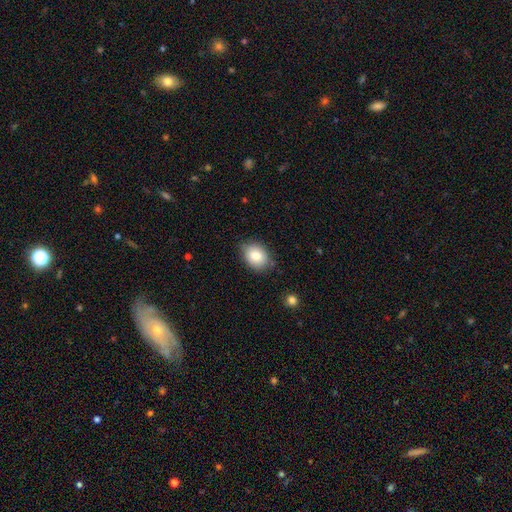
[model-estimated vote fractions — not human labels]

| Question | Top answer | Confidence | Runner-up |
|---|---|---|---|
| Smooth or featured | smooth | 82% | featured or disk (10%) |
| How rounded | in between | 61% | round (38%) |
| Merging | none | 79% | minor disturbance (17%) |